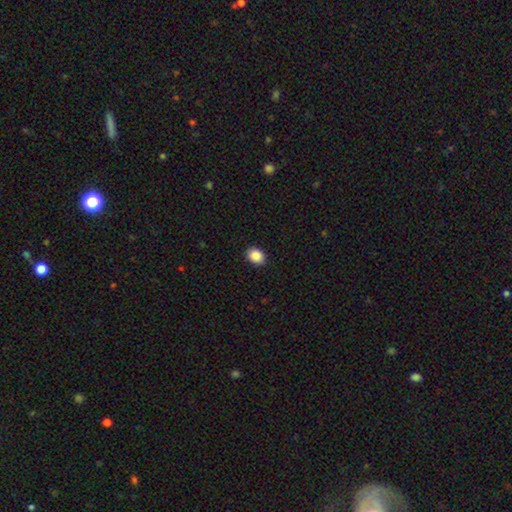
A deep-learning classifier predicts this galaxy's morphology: This appears to be a smooth galaxy with no disk features (89%) that is in between round and cigar-shaped (63%). Merging: none (90%).